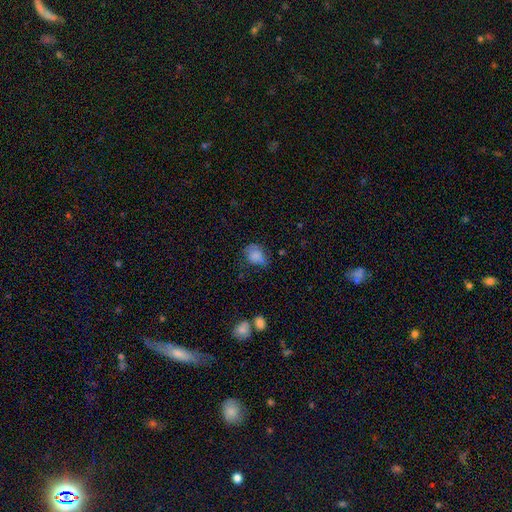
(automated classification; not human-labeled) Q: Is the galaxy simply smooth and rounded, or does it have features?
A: smooth — 79%.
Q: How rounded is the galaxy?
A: in between — 59%.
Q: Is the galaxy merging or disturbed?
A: none — 46%.